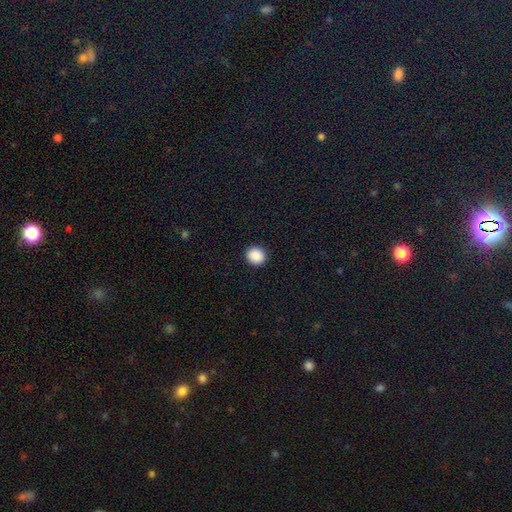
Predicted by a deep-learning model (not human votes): Q: Smooth or featured?
A: smooth (89%); runner-up: star or artifact (8%)
Q: How rounded?
A: round (84%); runner-up: in between (16%)
Q: Merging?
A: none (93%); runner-up: minor disturbance (5%)